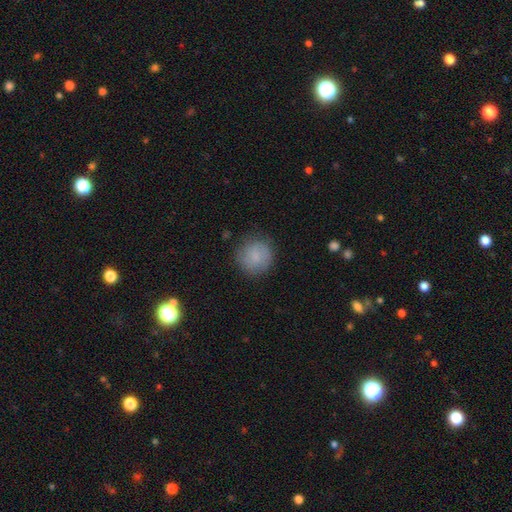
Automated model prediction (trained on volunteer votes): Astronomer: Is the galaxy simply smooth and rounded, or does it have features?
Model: smooth — 77%.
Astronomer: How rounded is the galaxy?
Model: round — 92%.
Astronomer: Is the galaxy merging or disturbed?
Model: none — 80%.